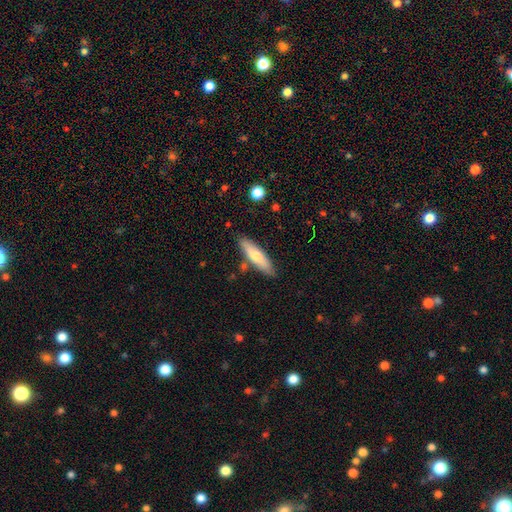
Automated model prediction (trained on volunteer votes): This is likely a smooth galaxy (66%). How rounded: likely cigar-shaped (68%). Merging: clearly none (82%).